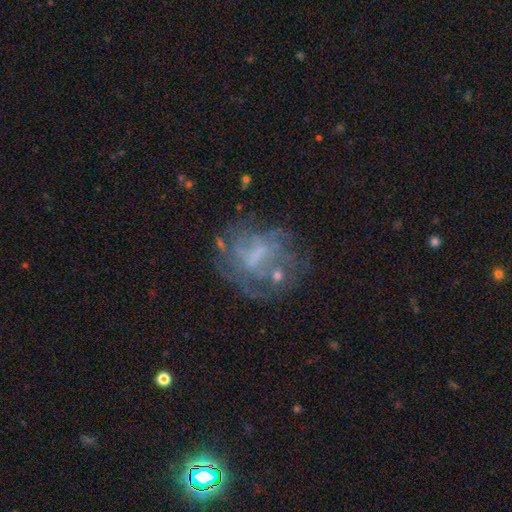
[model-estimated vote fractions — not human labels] Morphology: type=featured or disk (64%); edge-on=no (97%); bar=no (53%); spiral arms=no (61%); bulge=none (50%); merging=none (52%).